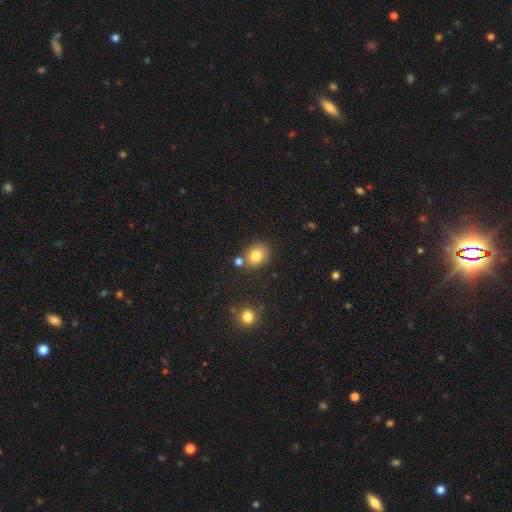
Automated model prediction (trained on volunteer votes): A smooth galaxy with no disk features (80%) that is round (59%). Merging: none (72%).